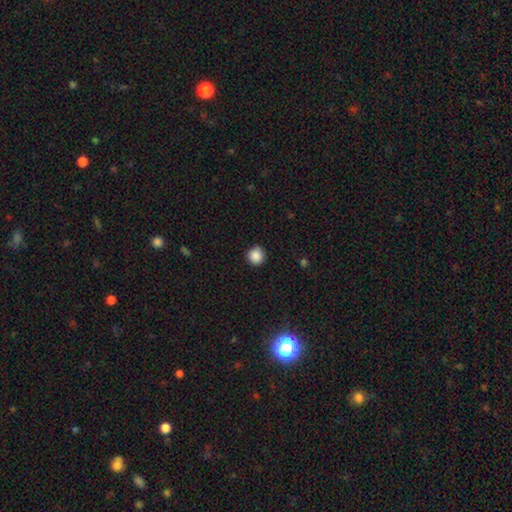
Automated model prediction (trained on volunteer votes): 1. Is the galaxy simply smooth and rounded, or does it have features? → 88% smooth, 10% star or artifact, 3% featured or disk.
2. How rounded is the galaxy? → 94% round, 5% in between, 1% cigar-shaped.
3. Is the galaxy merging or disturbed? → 89% none, 8% minor disturbance, 2% major disturbance, 1% merger.